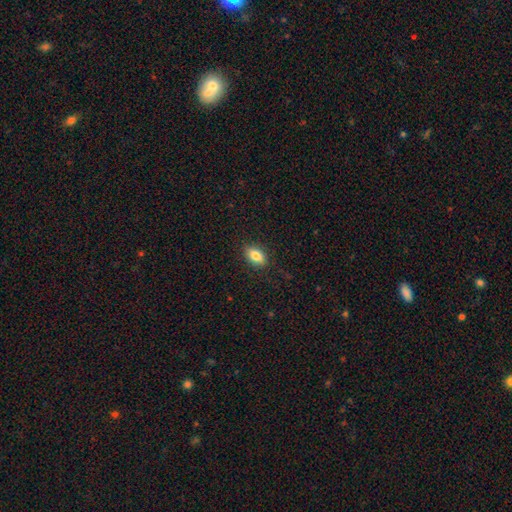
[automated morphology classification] Smooth or featured: smooth — 83% (featured or disk — 9%)
How rounded: in between — 87% (round — 9%)
Merging: none — 87% (minor disturbance — 10%)